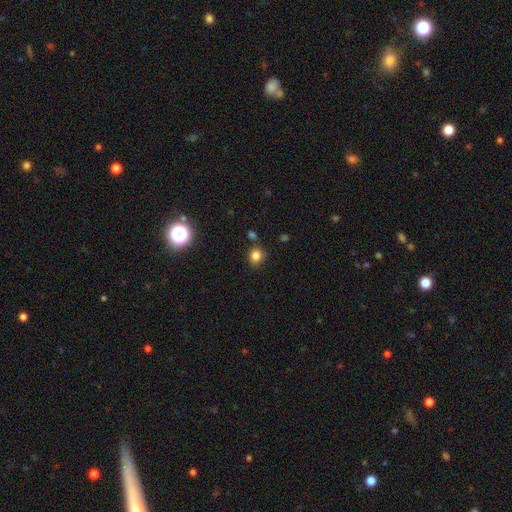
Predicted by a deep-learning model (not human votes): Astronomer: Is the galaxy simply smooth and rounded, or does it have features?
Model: smooth — 81%.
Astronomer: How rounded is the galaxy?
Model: round — 76%.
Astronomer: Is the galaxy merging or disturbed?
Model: none — 79%.